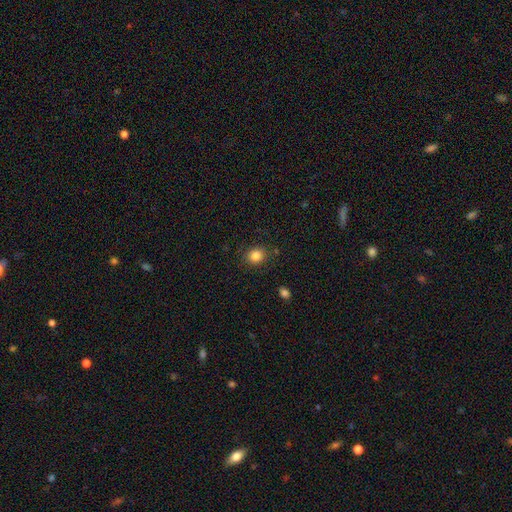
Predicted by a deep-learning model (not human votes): Morphology: type=smooth (84%); roundness=round (71%); merging=none (84%).